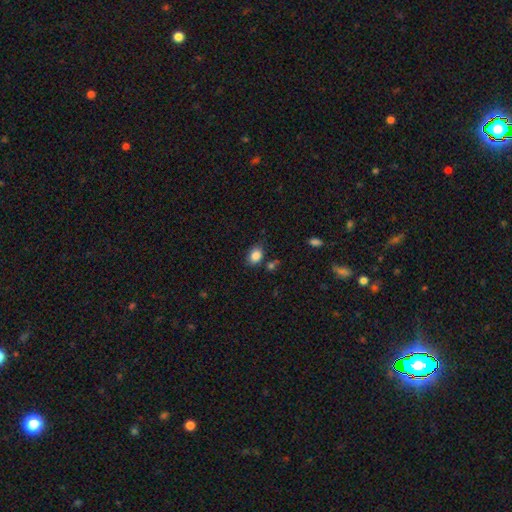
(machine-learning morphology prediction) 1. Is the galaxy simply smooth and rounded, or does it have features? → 85% smooth, 9% star or artifact, 5% featured or disk.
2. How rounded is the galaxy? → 73% in between, 26% round, 1% cigar-shaped.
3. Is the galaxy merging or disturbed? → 75% none, 16% minor disturbance, 5% merger, 4% major disturbance.